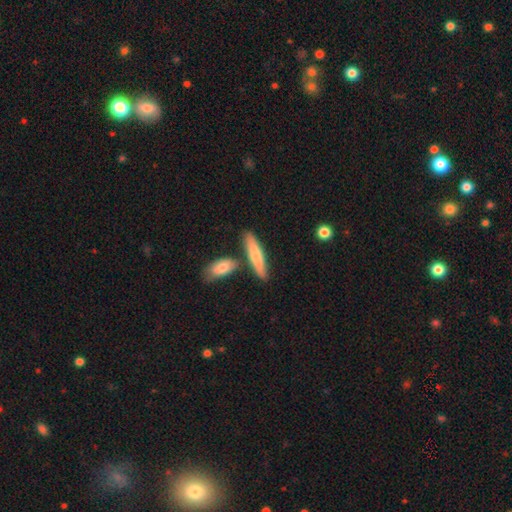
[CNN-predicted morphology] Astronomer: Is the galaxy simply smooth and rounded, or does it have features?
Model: smooth — 72%.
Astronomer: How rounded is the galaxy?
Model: cigar-shaped — 76%.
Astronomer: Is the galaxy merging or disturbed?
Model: none — 74%.